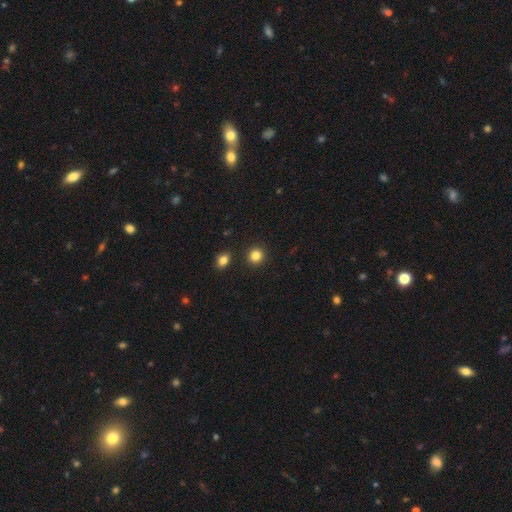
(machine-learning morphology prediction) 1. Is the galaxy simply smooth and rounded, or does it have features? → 85% smooth, 11% star or artifact, 5% featured or disk.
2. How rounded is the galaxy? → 88% round, 11% in between, 1% cigar-shaped.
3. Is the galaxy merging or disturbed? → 90% none, 5% minor disturbance, 3% merger, 2% major disturbance.